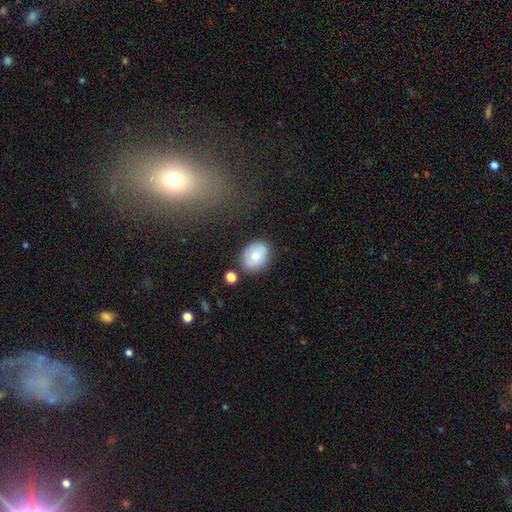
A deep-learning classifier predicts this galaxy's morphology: type=smooth (74%); roundness=in between (69%); merging=none (78%).